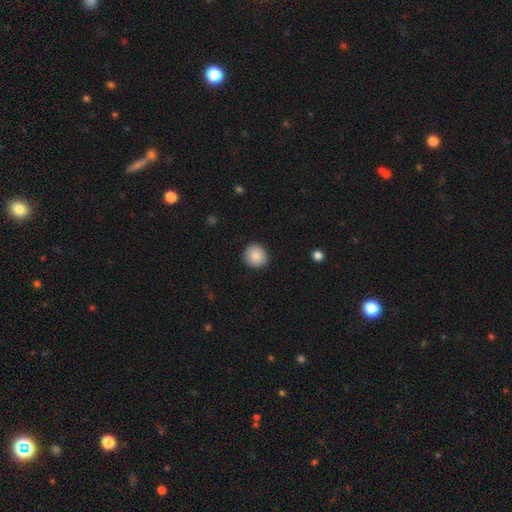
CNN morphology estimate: Overall: smooth (88%). How rounded: round (91%). Merging: none (91%).